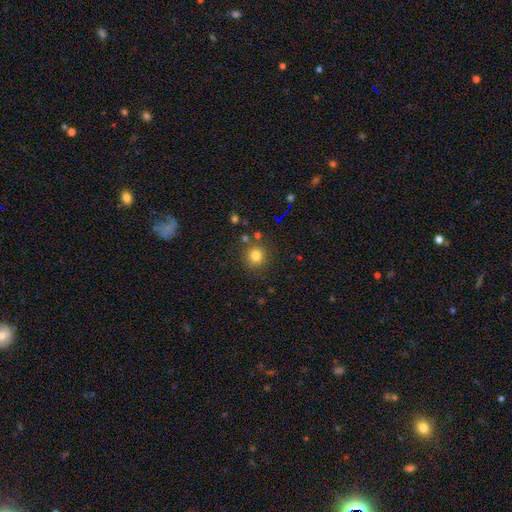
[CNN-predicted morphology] This appears to be a smooth galaxy with no disk features (79%) that is round (91%). Merging: none (82%).